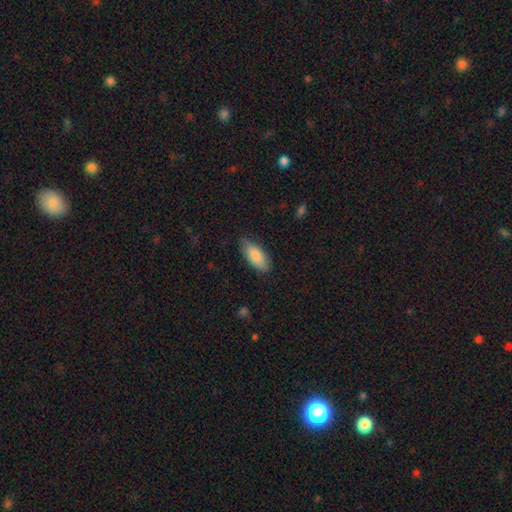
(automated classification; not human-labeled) The model was most divided on "merging": none: 78%, minor disturbance: 18%, major disturbance: 3%, merger: 1%. More confident: smooth or featured — smooth (84%); how rounded — in between (84%).